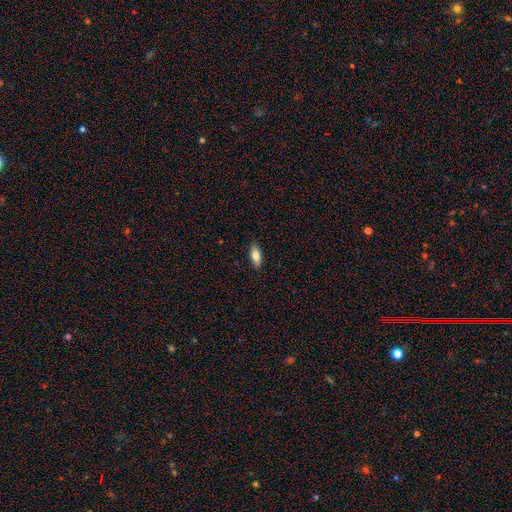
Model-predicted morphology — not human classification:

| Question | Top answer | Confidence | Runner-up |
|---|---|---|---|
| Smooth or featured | smooth | 80% | featured or disk (13%) |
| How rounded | in between | 80% | cigar-shaped (18%) |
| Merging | none | 88% | minor disturbance (9%) |